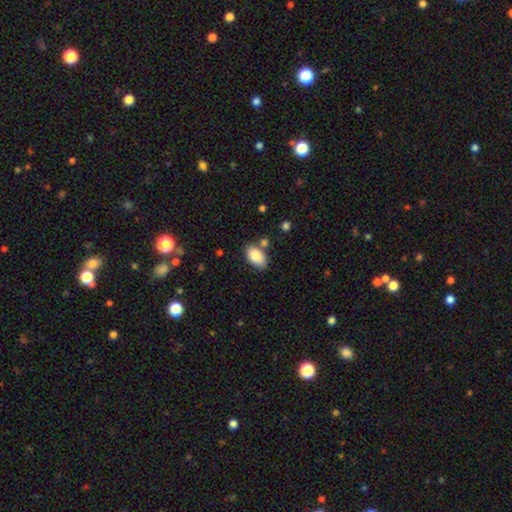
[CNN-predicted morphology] smooth-or-featured: smooth: 87% | star or artifact: 7% | featured or disk: 6%
  how-rounded: in between: 94% | round: 4% | cigar-shaped: 2%
  merging: none: 72% | minor disturbance: 15% | merger: 9% | major disturbance: 4%